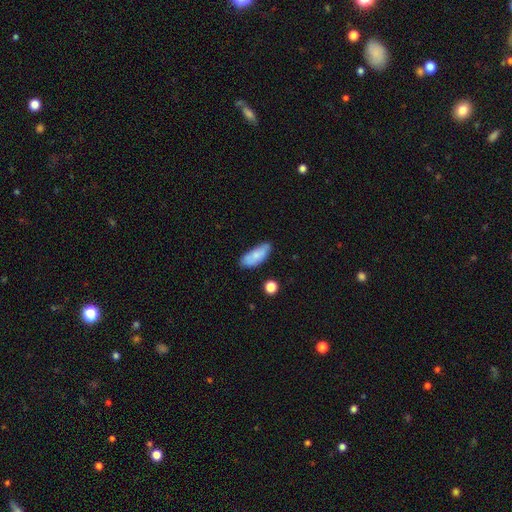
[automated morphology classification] Smooth or featured: smooth — 78% (featured or disk — 15%)
How rounded: in between — 81% (cigar-shaped — 17%)
Merging: none — 65% (minor disturbance — 26%)